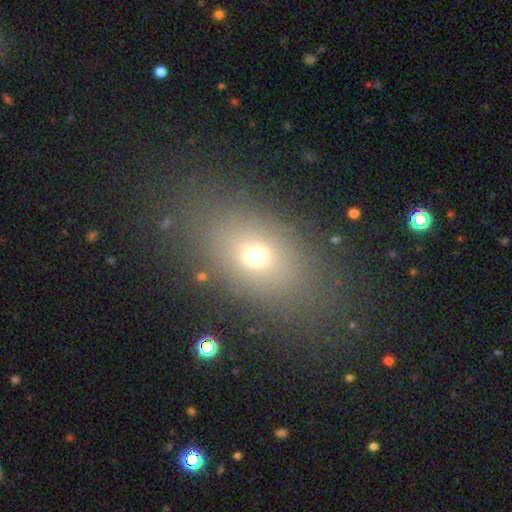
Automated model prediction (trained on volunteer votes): A smooth galaxy with no disk features (67%) that is in between round and cigar-shaped (74%). Merging: none (78%).